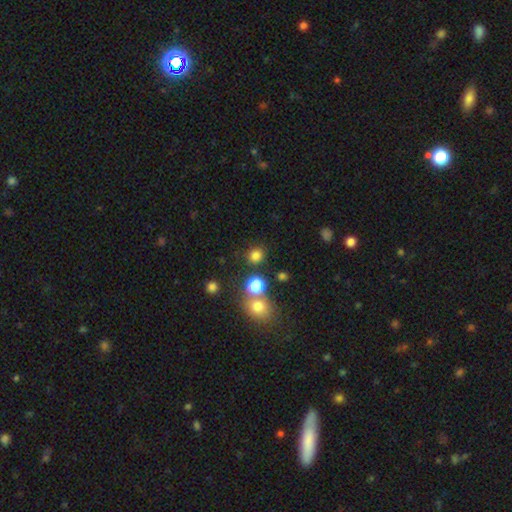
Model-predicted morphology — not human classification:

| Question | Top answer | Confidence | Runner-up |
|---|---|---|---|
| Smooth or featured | smooth | 78% | star or artifact (17%) |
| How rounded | round | 85% | in between (14%) |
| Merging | none | 81% | minor disturbance (8%) |